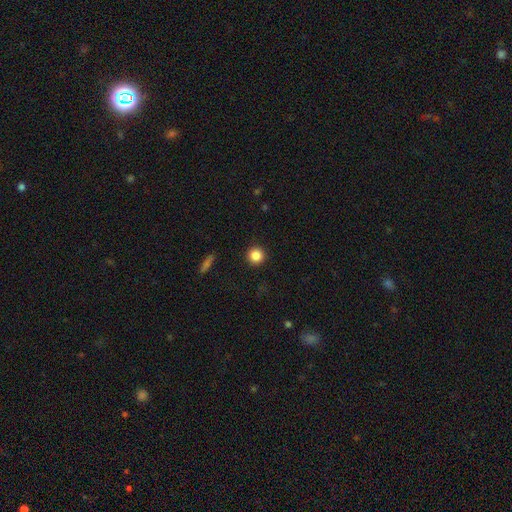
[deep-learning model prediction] smooth-or-featured: smooth: 86% | star or artifact: 10% | featured or disk: 4%
  how-rounded: round: 95% | in between: 4% | cigar-shaped: 1%
  merging: none: 93% | minor disturbance: 5% | major disturbance: 2% | merger: 1%